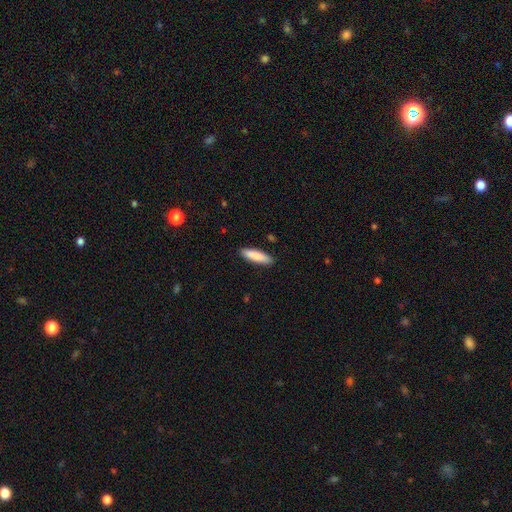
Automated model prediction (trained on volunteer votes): This is clearly a smooth galaxy (86%). How rounded: likely cigar-shaped (66%). Merging: clearly none (89%).